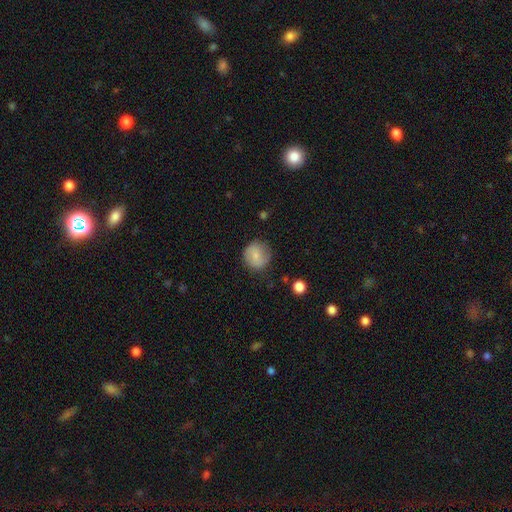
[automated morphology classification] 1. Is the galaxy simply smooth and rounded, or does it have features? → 76% smooth, 16% featured or disk, 8% star or artifact.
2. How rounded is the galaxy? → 88% round, 11% in between, 1% cigar-shaped.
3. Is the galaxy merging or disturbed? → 74% none, 19% minor disturbance, 5% major disturbance, 1% merger.